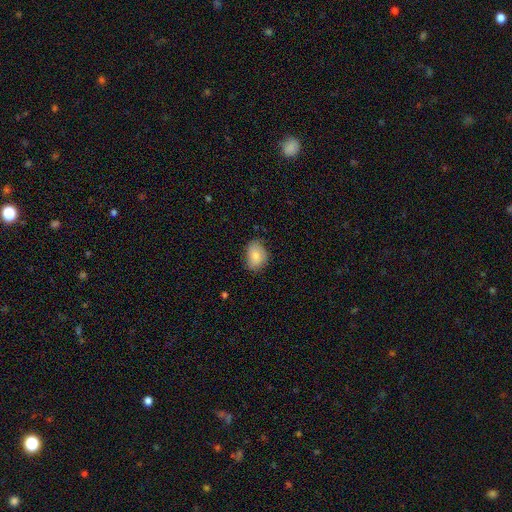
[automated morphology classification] Overall: smooth (79%). How rounded: in between (73%). Merging: none (69%).